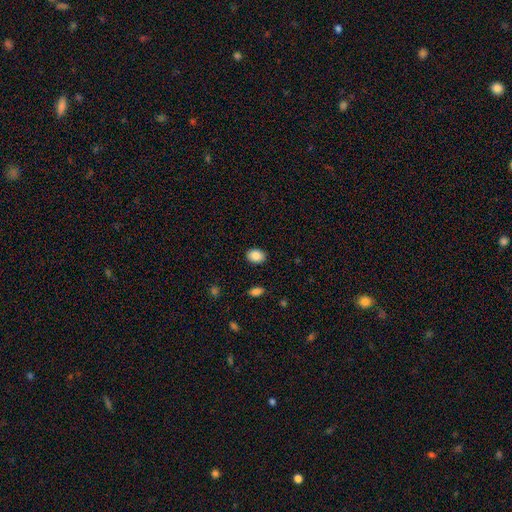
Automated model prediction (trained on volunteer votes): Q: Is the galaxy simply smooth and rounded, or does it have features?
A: smooth — 88%.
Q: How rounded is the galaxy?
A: in between — 70%.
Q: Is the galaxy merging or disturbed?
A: none — 88%.